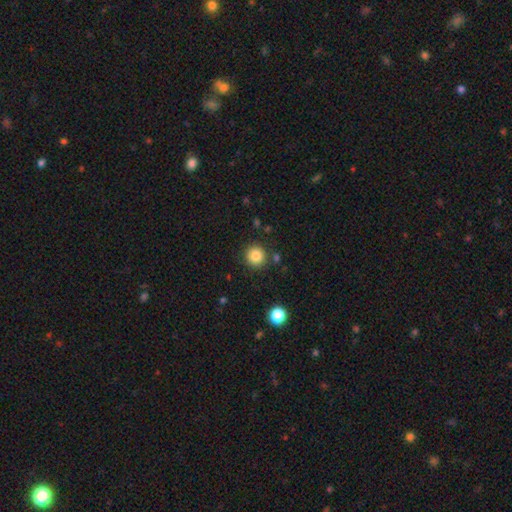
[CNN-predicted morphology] Smooth or featured? Predicted: smooth (p=0.85). How rounded? Predicted: round (p=0.93). Merging? Predicted: none (p=0.87).